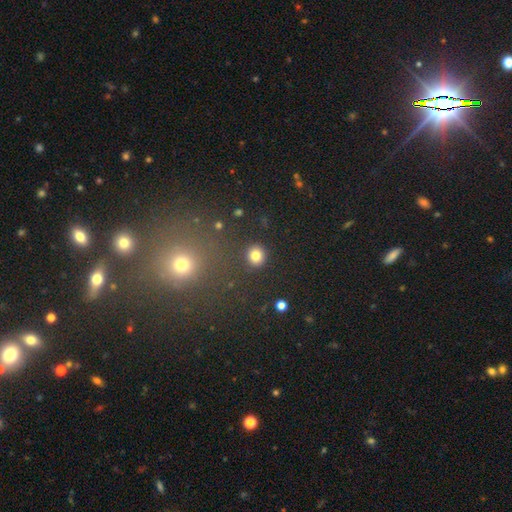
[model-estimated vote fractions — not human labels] Smooth or featured?
  - smooth: 81% *
  - star or artifact: 13%
  - featured or disk: 6%
How rounded?
  - round: 87% *
  - in between: 12%
  - cigar-shaped: 1%
Merging?
  - none: 90% *
  - minor disturbance: 6%
  - major disturbance: 2%
  - merger: 2%